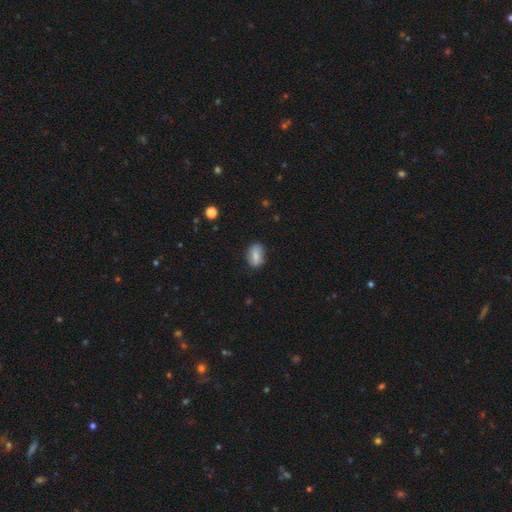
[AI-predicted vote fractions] Morphology: type=smooth (67%); roundness=in between (79%); merging=none (82%).